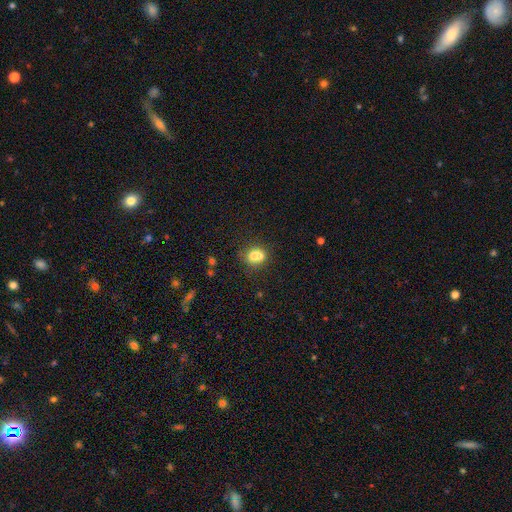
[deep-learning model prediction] Smooth or featured? Predicted: smooth (p=0.71). How rounded? Predicted: round (p=0.72). Merging? Predicted: merger (p=0.53).